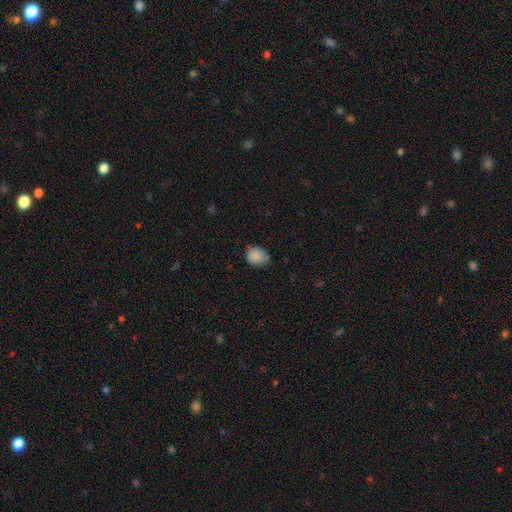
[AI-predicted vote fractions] Overall: smooth (85%). How rounded: round (53%; in between 46%). Merging: none (60%; minor disturbance 33%).